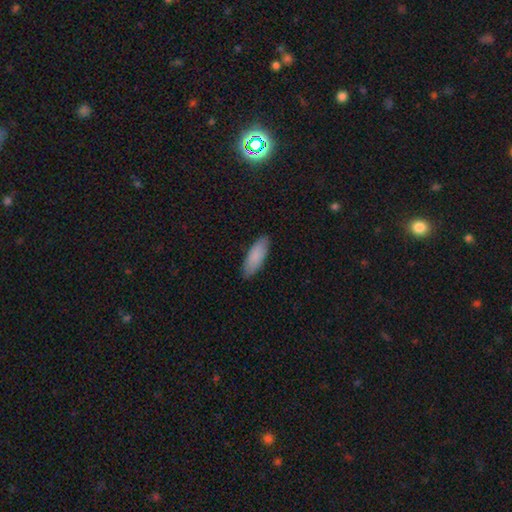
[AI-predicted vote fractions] A smooth galaxy with no disk features (87%) that is in between round and cigar-shaped (67%). Merging: none (87%).